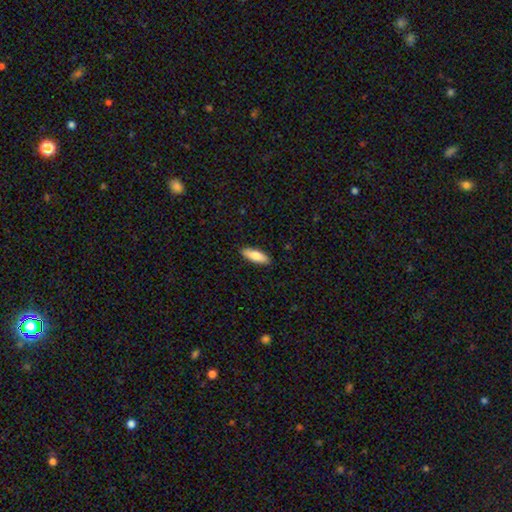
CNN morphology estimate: Smooth or featured: smooth — 79% (featured or disk — 16%)
How rounded: in between — 60% (cigar-shaped — 38%)
Merging: none — 90% (minor disturbance — 8%)